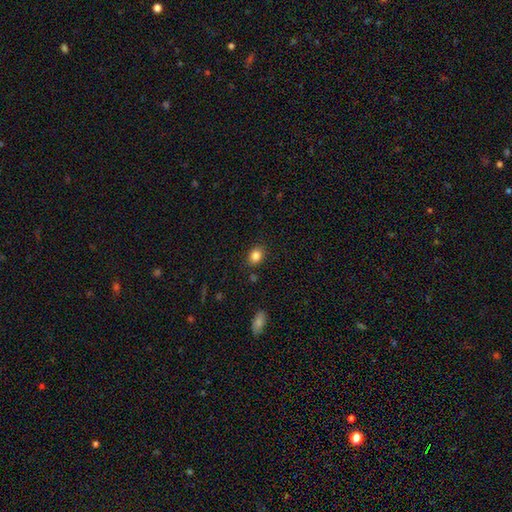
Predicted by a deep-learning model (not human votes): Smooth or featured?
  - smooth: 84% *
  - star or artifact: 10%
  - featured or disk: 6%
How rounded?
  - in between: 59% *
  - round: 40%
  - cigar-shaped: 1%
Merging?
  - none: 84% *
  - minor disturbance: 11%
  - major disturbance: 3%
  - merger: 2%